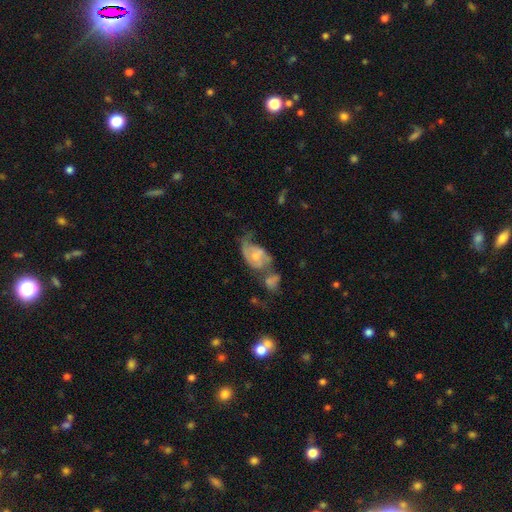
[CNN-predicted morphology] Smooth or featured? featured or disk (55%)
Edge-on disk? no (96%)
Bar? no (68%)
Spiral arms? yes (71%)
Bulge size? small (49%)
Merging? merger (38%)